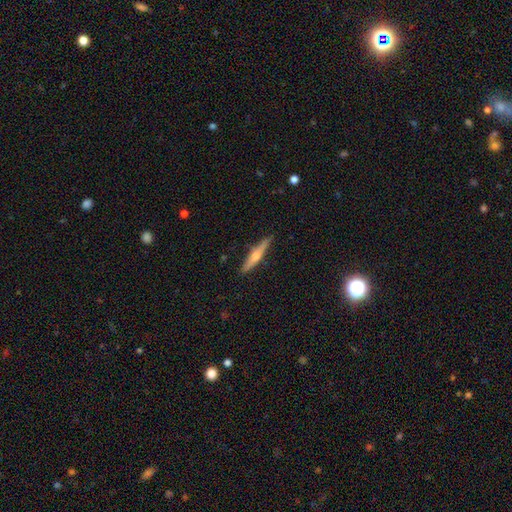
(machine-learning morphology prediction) The model was most divided on "smooth or featured": featured or disk: 61%, smooth: 33%, star or artifact: 6%. More confident: edge-on disk — yes (97%); edge-on bulge — rounded (90%); merging — none (88%).